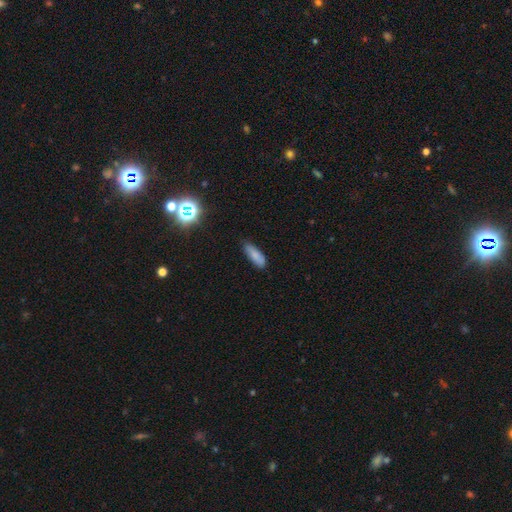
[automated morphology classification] smooth 82%, featured or disk 10%, star or artifact 9%. Down the decision tree: how rounded — in between (57%); merging — none (72%).